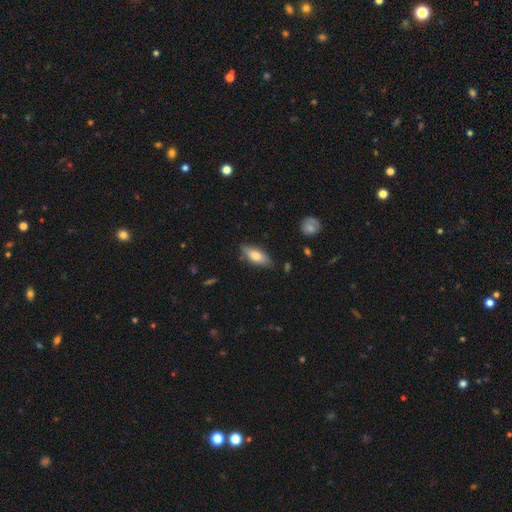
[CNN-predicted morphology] Smooth or featured? smooth (69%)
How rounded? in between (71%)
Merging? none (80%)